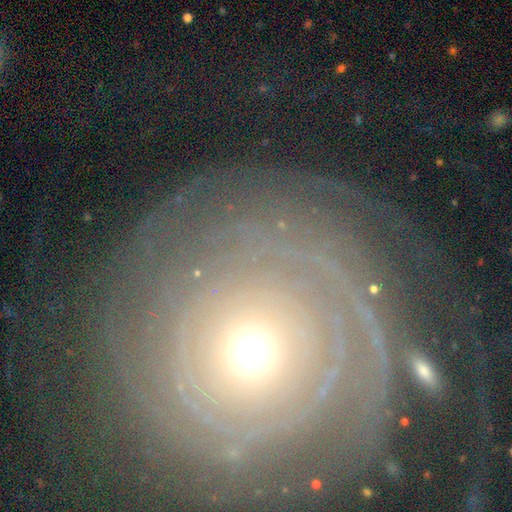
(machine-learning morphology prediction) Smooth or featured? featured or disk (72%)
Edge-on disk? no (95%)
Bar? no (84%)
Spiral arms? yes (77%)
Spiral winding? tight (81%)
Spiral arm count? can't tell (42%)
Bulge size? moderate (48%)
Merging? none (72%)